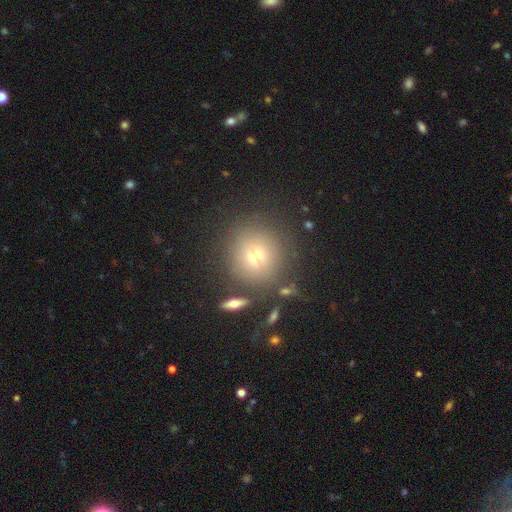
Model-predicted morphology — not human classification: This appears to be a smooth galaxy with no disk features (61%) that is round (89%). Merging: none (68%).